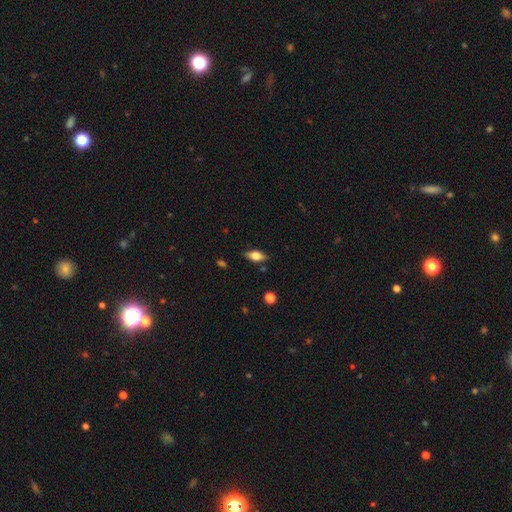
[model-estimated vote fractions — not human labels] smooth-or-featured: smooth: 59% | featured or disk: 33% | star or artifact: 8%
  how-rounded: in between: 81% | cigar-shaped: 14% | round: 5%
  merging: none: 83% | minor disturbance: 13% | major disturbance: 3% | merger: 2%